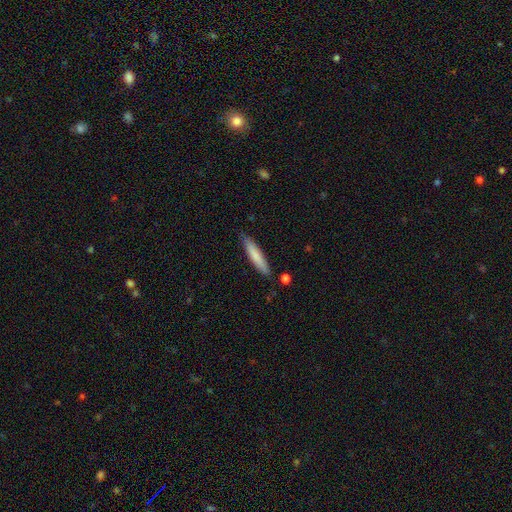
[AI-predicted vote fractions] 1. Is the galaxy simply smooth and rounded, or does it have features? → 78% smooth, 17% featured or disk, 5% star or artifact.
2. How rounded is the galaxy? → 89% cigar-shaped, 10% in between, 1% round.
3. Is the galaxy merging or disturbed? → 83% none, 13% minor disturbance, 2% merger, 2% major disturbance.